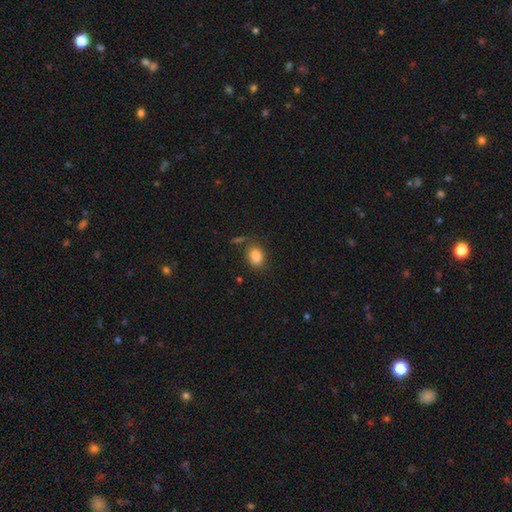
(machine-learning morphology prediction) This appears to be a smooth galaxy with no disk features (85%) that is in between round and cigar-shaped (72%). Merging: none (68%).